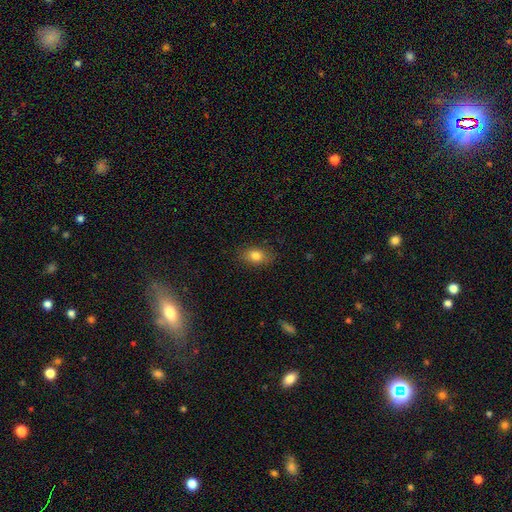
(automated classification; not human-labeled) smooth 80%, featured or disk 10%, star or artifact 10%. Down the decision tree: how rounded — in between (79%); merging — none (84%).